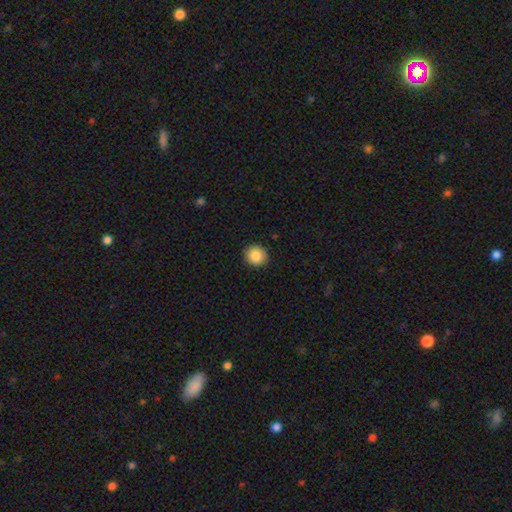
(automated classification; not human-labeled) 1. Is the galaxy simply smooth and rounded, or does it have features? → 87% smooth, 8% star or artifact, 5% featured or disk.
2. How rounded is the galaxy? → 91% round, 8% in between, 1% cigar-shaped.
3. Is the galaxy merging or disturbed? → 91% none, 6% minor disturbance, 2% major disturbance, 1% merger.